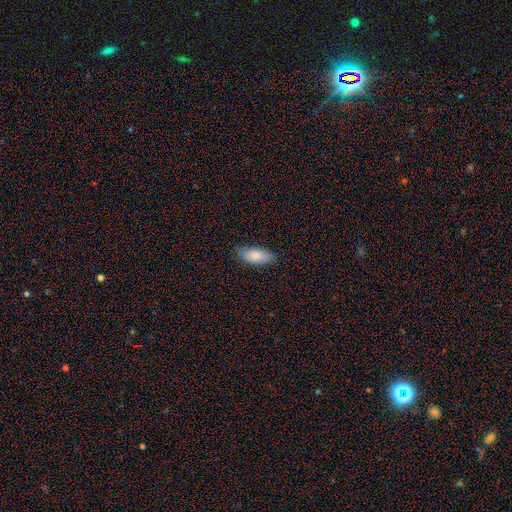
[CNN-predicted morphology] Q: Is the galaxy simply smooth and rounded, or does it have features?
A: smooth — 83%.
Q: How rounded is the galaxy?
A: in between — 87%.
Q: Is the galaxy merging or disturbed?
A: none — 81%.